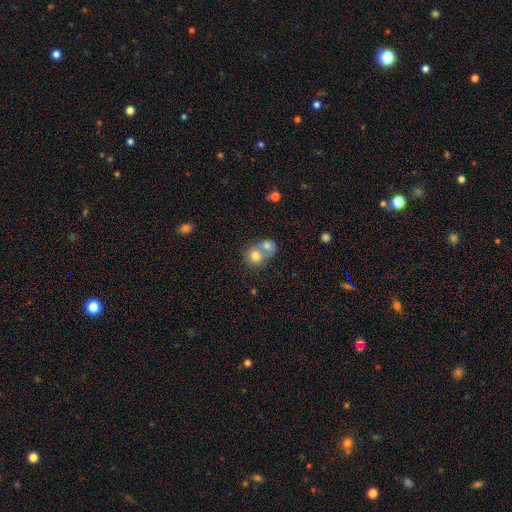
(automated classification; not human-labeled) smooth_or_featured: smooth (p=0.76) [alt: featured or disk p=0.14]
how_rounded: round (p=0.77) [alt: in between p=0.22]
merging: merger (p=0.60) [alt: none p=0.30]